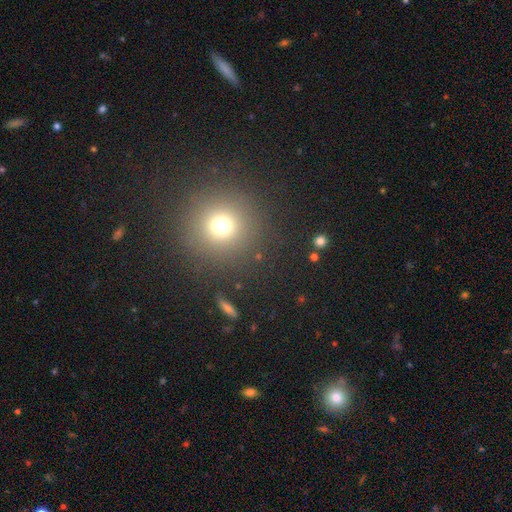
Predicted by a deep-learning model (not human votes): smooth 65%, star or artifact 28%, featured or disk 8%. Down the decision tree: how rounded — round (95%); merging — none (91%).